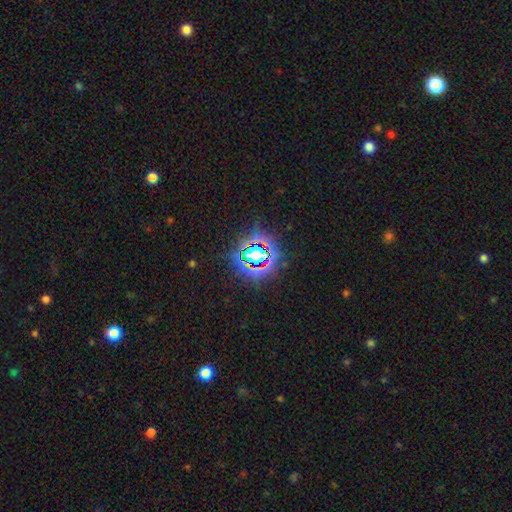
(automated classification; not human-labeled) A star or artifact, not a galaxy (71%).

Vote fractions:
- Smooth or featured? star or artifact: 71% / smooth: 17% / featured or disk: 12%